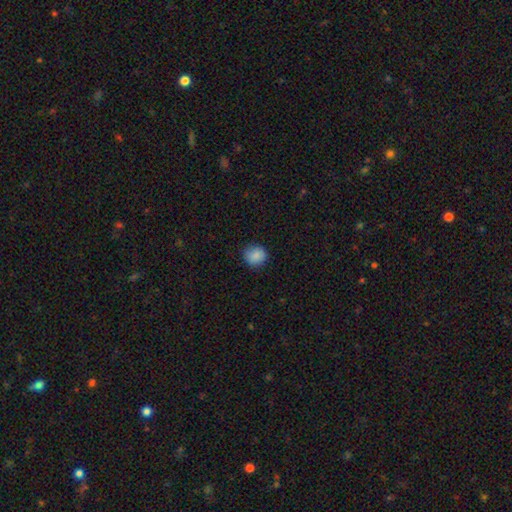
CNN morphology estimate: Smooth or featured?
  - smooth: 88% *
  - star or artifact: 9%
  - featured or disk: 4%
How rounded?
  - round: 86% *
  - in between: 13%
  - cigar-shaped: 1%
Merging?
  - none: 86% *
  - minor disturbance: 10%
  - major disturbance: 2%
  - merger: 1%